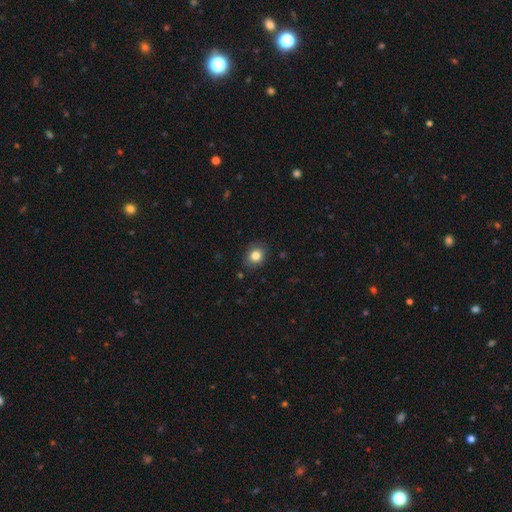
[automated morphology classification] smooth 82%, star or artifact 10%, featured or disk 8%. Down the decision tree: how rounded — round (59%); merging — none (85%).